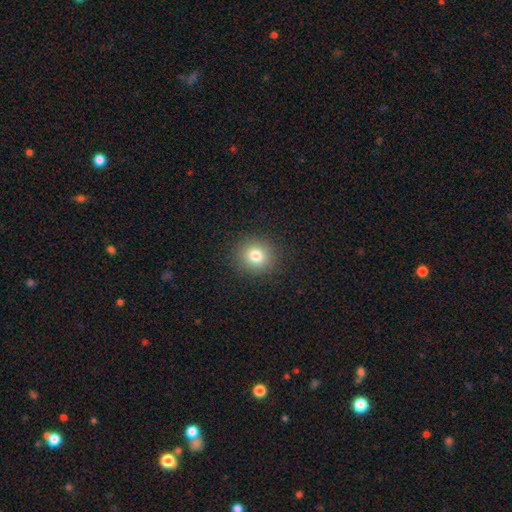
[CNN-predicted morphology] smooth 79%, star or artifact 12%, featured or disk 8%. Down the decision tree: how rounded — round (86%); merging — none (90%).